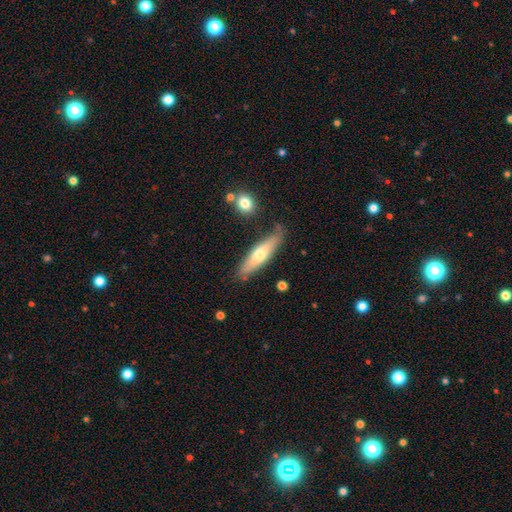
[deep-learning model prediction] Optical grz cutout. It shows a smooth galaxy with no disk features (53%) that is cigar-shaped (75%). Merging: none (80%).